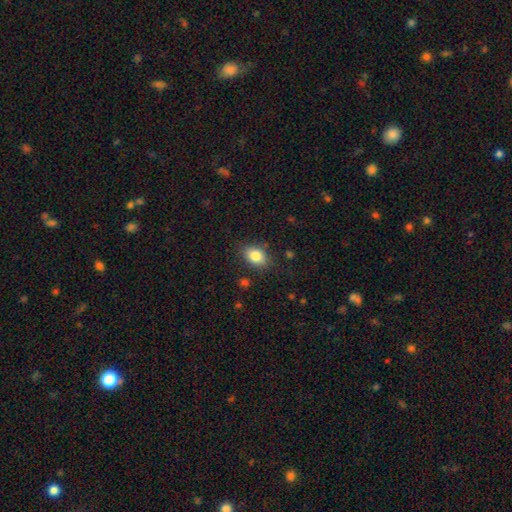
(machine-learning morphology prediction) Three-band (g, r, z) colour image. It shows a smooth galaxy with no disk features (84%) that is in between round and cigar-shaped (81%). Merging: none (82%).